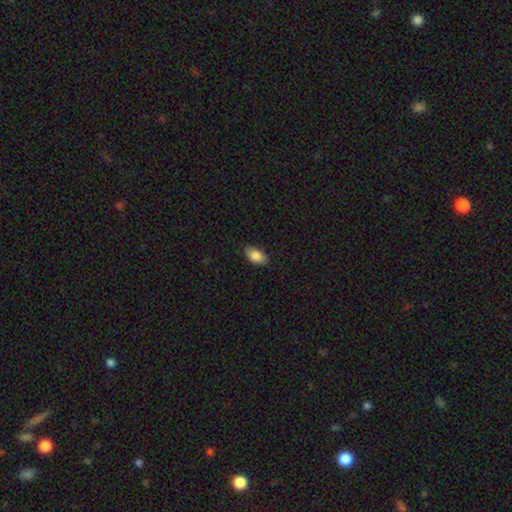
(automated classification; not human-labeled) Q: Smooth or featured?
A: smooth (87%); runner-up: star or artifact (7%)
Q: How rounded?
A: in between (93%); runner-up: round (5%)
Q: Merging?
A: none (85%); runner-up: minor disturbance (12%)